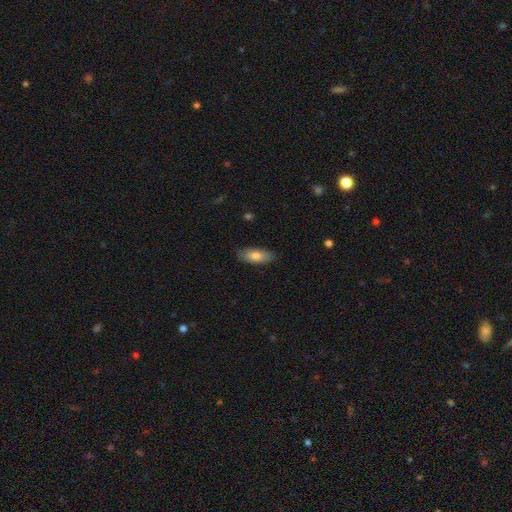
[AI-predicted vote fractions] smooth 79%, featured or disk 15%, star or artifact 6%. Down the decision tree: how rounded — in between (76%); merging — none (85%).